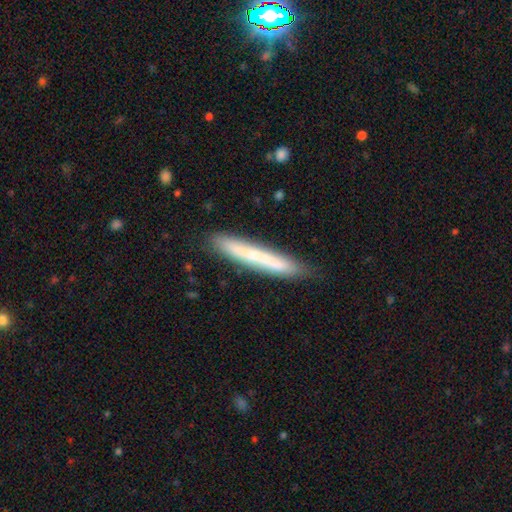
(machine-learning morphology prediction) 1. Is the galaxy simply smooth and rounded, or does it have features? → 53% smooth, 41% featured or disk, 6% star or artifact.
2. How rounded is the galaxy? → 94% cigar-shaped, 5% in between, 1% round.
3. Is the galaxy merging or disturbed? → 80% none, 15% minor disturbance, 3% major disturbance, 2% merger.